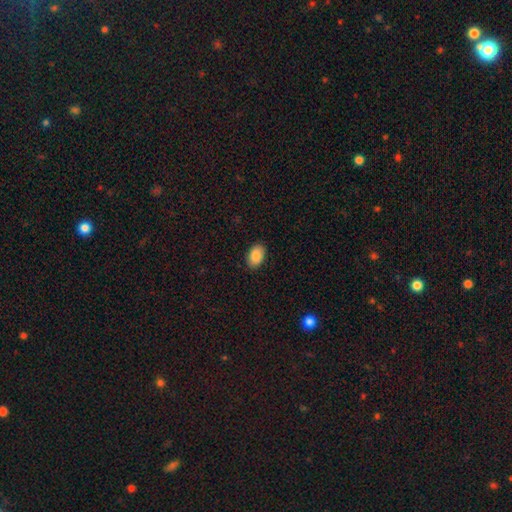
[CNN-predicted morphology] smooth-or-featured: smooth: 87% | star or artifact: 7% | featured or disk: 6%
  how-rounded: in between: 90% | round: 9% | cigar-shaped: 1%
  merging: none: 90% | minor disturbance: 7% | major disturbance: 2% | merger: 1%